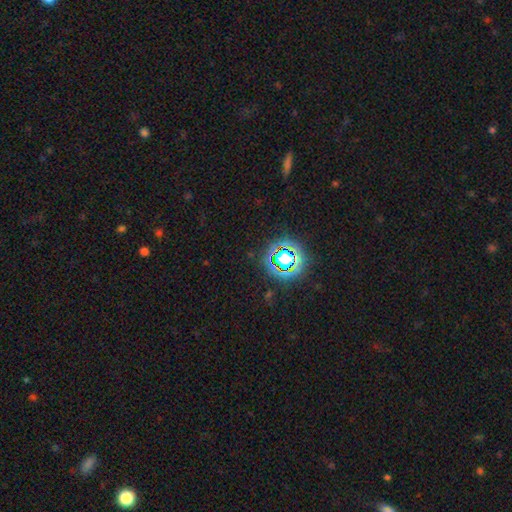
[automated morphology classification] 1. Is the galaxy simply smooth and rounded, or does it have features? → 76% star or artifact, 15% smooth, 9% featured or disk.